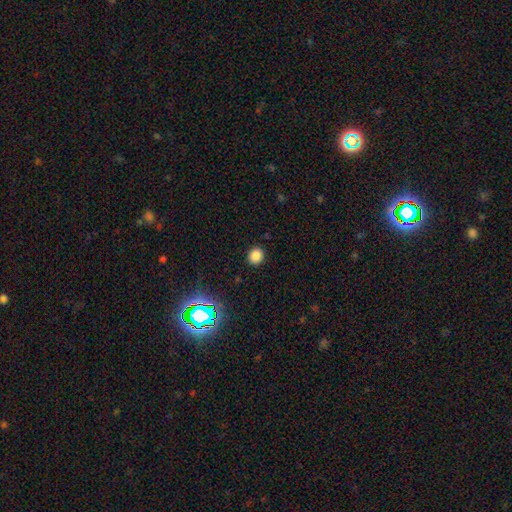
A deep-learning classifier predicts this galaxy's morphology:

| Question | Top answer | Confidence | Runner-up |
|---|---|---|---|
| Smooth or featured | smooth | 82% | star or artifact (14%) |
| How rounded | round | 73% | in between (26%) |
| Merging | none | 90% | minor disturbance (7%) |